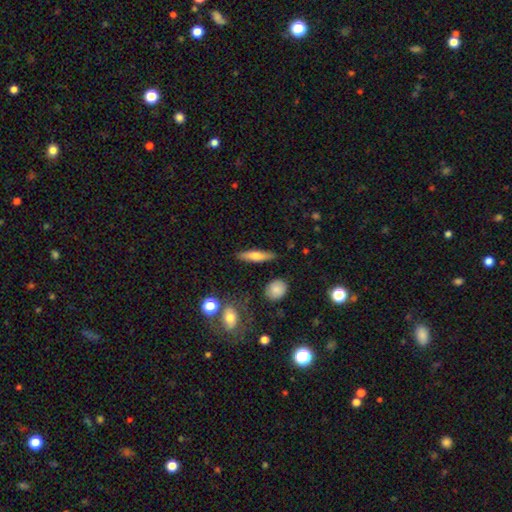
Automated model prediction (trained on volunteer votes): Overall: smooth (64%; featured or disk 28%). How rounded: cigar-shaped (72%). Merging: none (84%).